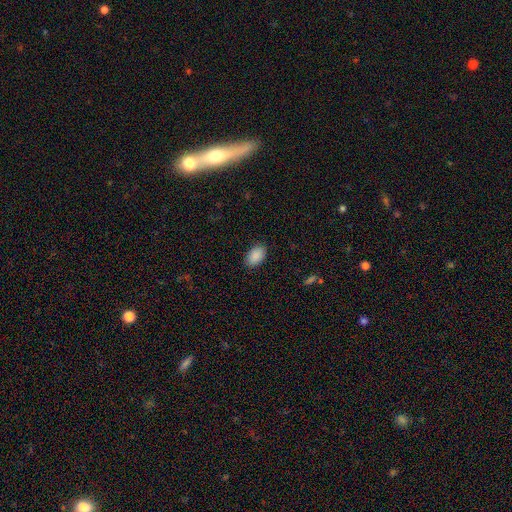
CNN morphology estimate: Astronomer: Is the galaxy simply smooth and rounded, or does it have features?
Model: smooth — 90%.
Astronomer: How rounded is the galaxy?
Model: in between — 92%.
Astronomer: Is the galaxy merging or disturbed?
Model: none — 88%.